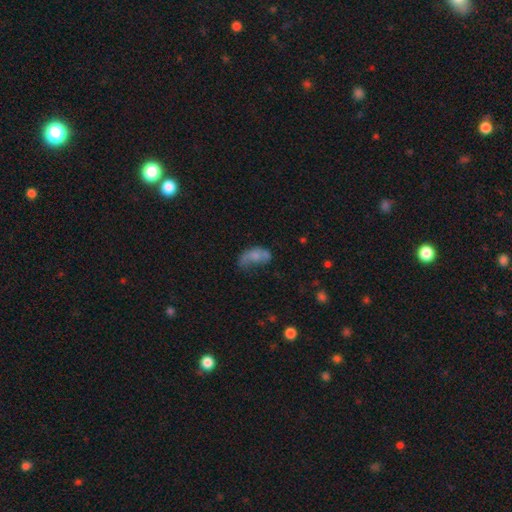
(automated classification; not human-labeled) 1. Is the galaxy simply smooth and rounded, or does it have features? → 57% smooth, 31% featured or disk, 12% star or artifact.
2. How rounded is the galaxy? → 88% in between, 8% round, 4% cigar-shaped.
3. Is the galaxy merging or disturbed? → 35% major disturbance, 27% none, 26% minor disturbance, 12% merger.